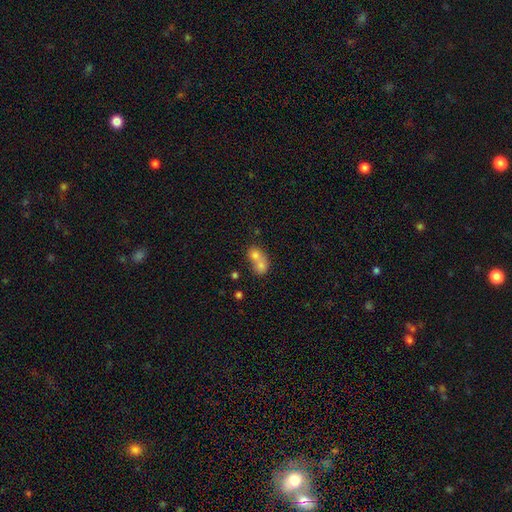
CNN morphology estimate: Smooth or featured? smooth (72%)
How rounded? round (55%)
Merging? merger (75%)